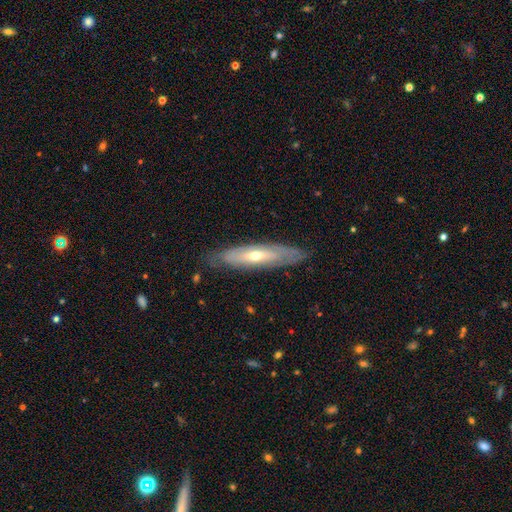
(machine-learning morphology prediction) The model was most divided on "edge-on disk": no: 52%, yes: 48%. More confident: merging — none (79%); smooth or featured — featured or disk (60%).